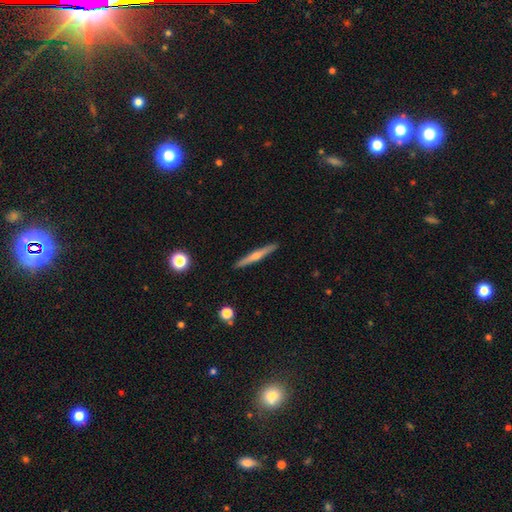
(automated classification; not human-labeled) Smooth or featured? Predicted: featured or disk (p=0.60). Edge-on disk? Predicted: yes (p=0.98). Edge-on bulge? Predicted: rounded (p=0.80). Merging? Predicted: none (p=0.92).